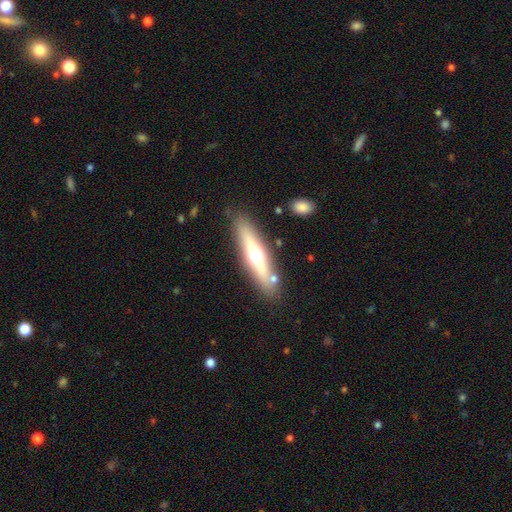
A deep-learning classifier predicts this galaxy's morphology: This is possibly a featured or disk galaxy (50%). It is clearly viewed edge-on (87%). Merging: clearly none (82%).